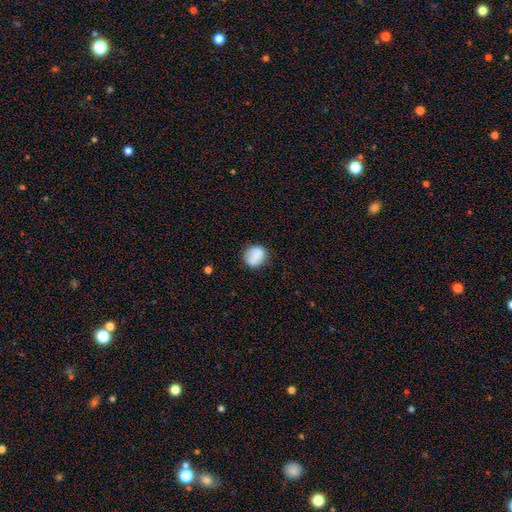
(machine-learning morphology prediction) The model was most divided on "how rounded": round: 78%, in between: 21%, cigar-shaped: 1%. More confident: smooth or featured — smooth (84%); merging — none (79%).